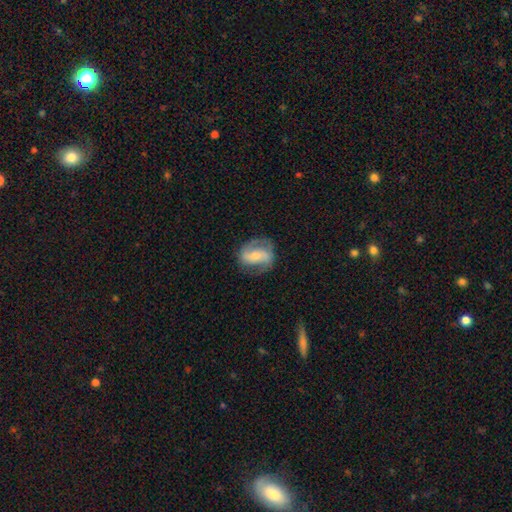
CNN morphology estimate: smooth_or_featured: featured or disk (p=0.69) [alt: smooth p=0.24]
disk_edge_on: no (p=0.96) [alt: yes p=0.04]
bar: weak (p=0.36) [alt: strong p=0.35]
has_spiral_arms: yes (p=0.86) [alt: no p=0.14]
spiral_winding: medium (p=0.46) [alt: loose p=0.27]
spiral_arm_count: 2 (p=0.84) [alt: can't tell p=0.08]
bulge_size: moderate (p=0.47) [alt: small p=0.43]
merging: none (p=0.71) [alt: minor disturbance p=0.18]